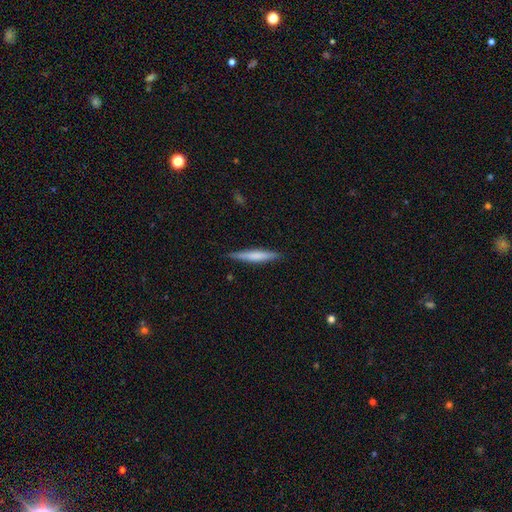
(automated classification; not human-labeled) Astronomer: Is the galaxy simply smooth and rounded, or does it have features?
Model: smooth — 58% (runner-up: featured or disk, 36%).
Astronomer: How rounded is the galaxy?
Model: cigar-shaped — 93%.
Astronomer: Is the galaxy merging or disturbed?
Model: none — 88%.